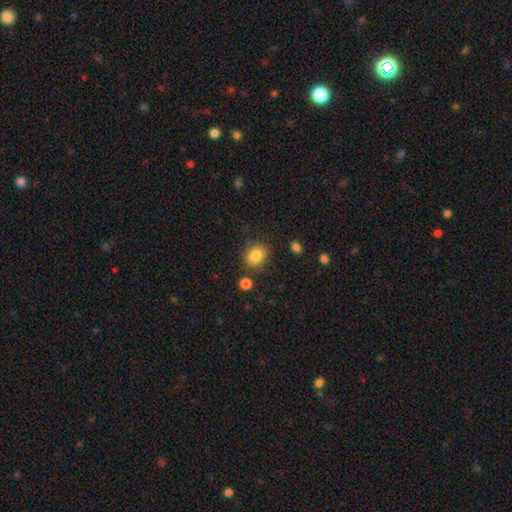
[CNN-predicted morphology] This is clearly a smooth galaxy (84%). How rounded: possibly round (59%). Merging: clearly none (80%).